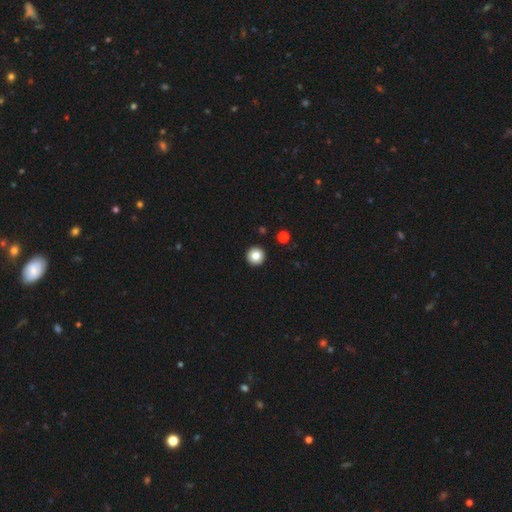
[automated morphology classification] Smooth or featured? Predicted: smooth (p=0.84). How rounded? Predicted: round (p=0.96). Merging? Predicted: none (p=0.94).